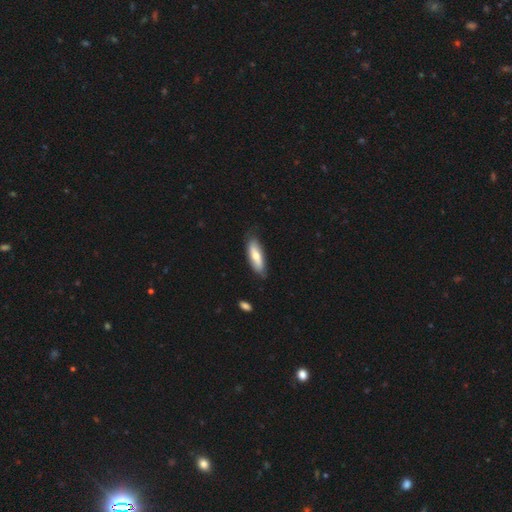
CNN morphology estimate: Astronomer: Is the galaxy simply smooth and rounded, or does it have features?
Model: smooth — 62%.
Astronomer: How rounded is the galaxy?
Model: in between — 55% (runner-up: cigar-shaped, 43%).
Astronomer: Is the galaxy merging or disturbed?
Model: none — 78%.